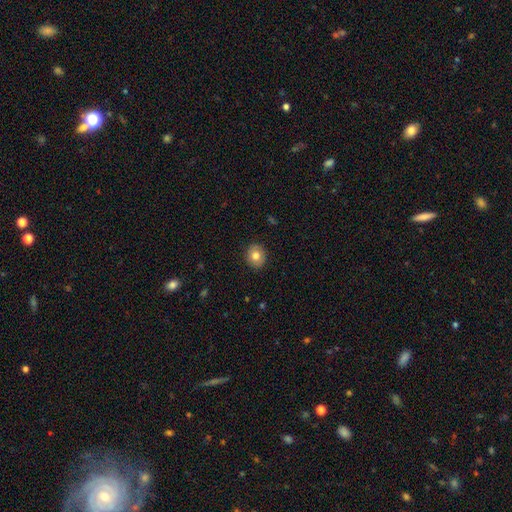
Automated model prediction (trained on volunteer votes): This appears to be a smooth galaxy with no disk features (79%) that is round (74%). Merging: none (90%).